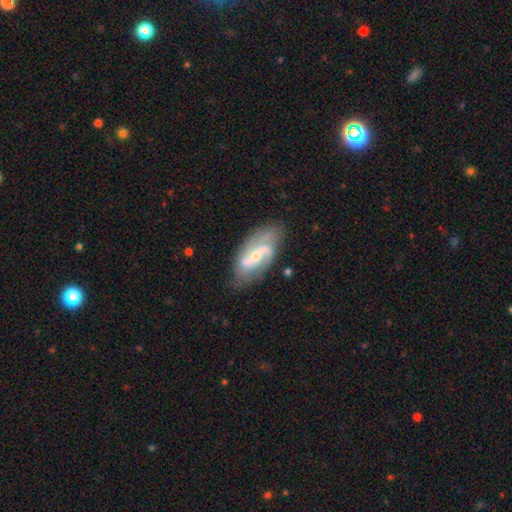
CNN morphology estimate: type=featured or disk (82%); edge-on=no (95%); bar=weak (45%); spiral arms=yes (93%); winding=loose (42%, tied with medium); arm count=2 (79%); bulge=small (59%); merging=none (68%).